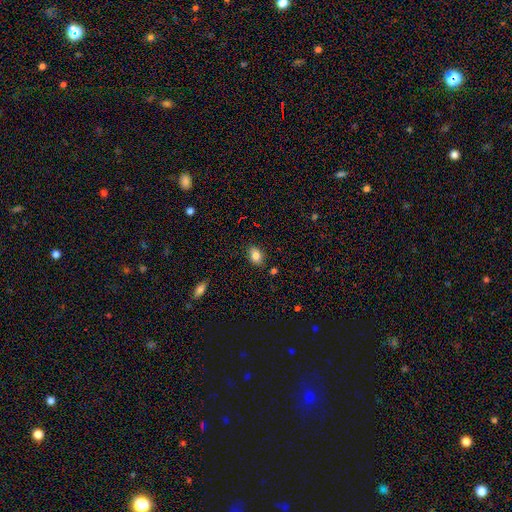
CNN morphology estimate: The model was most divided on "how rounded": in between: 80%, round: 18%, cigar-shaped: 2%. More confident: merging — none (85%); smooth or featured — smooth (82%).